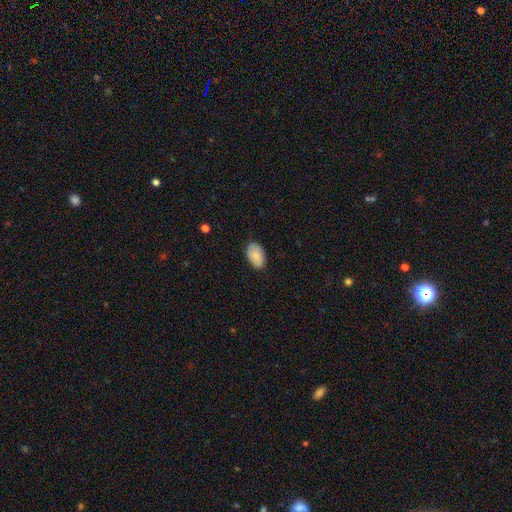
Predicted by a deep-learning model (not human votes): Smooth or featured? smooth (80%)
How rounded? in between (93%)
Merging? none (82%)